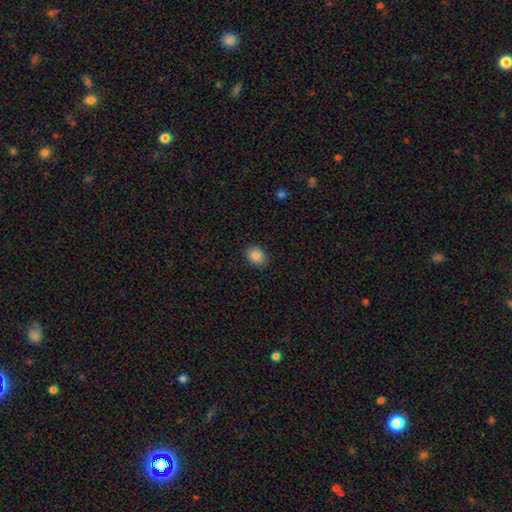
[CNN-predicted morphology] Overall: smooth (86%). How rounded: in between (62%; round 37%). Merging: none (88%).